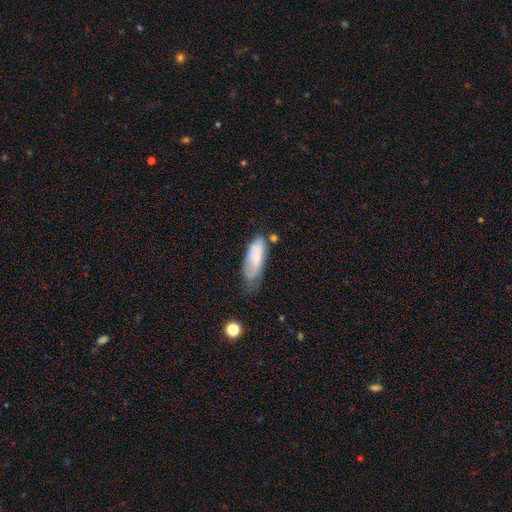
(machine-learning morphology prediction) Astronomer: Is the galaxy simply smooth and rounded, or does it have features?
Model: smooth — 67%.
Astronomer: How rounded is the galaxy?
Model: in between — 70%.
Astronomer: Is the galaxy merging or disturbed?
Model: minor disturbance — 39% (runner-up: none, 37%).